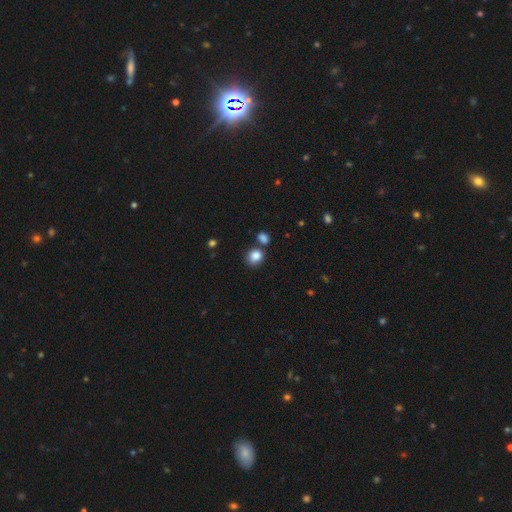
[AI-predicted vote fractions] Smooth or featured? Predicted: smooth (p=0.85). How rounded? Predicted: round (p=0.71). Merging? Predicted: none (p=0.62).